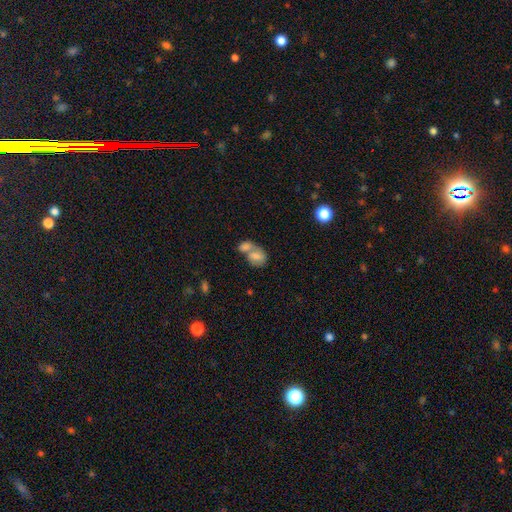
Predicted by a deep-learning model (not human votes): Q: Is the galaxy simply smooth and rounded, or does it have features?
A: smooth — 72%.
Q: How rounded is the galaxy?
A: in between — 73%.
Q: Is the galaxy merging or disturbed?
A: merger — 68%.